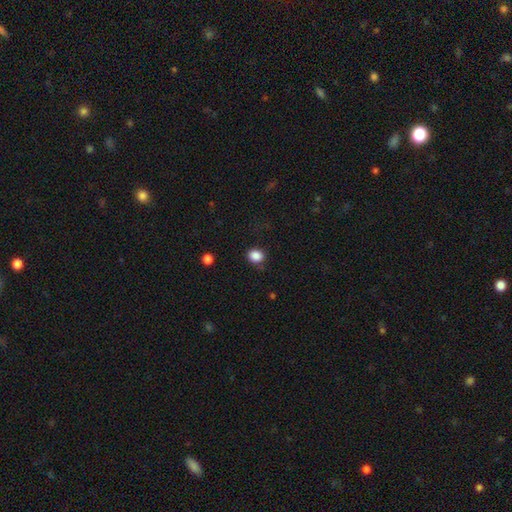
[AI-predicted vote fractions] Q: Smooth or featured?
A: smooth (86%); runner-up: star or artifact (10%)
Q: How rounded?
A: round (63%); runner-up: in between (36%)
Q: Merging?
A: none (80%); runner-up: minor disturbance (14%)